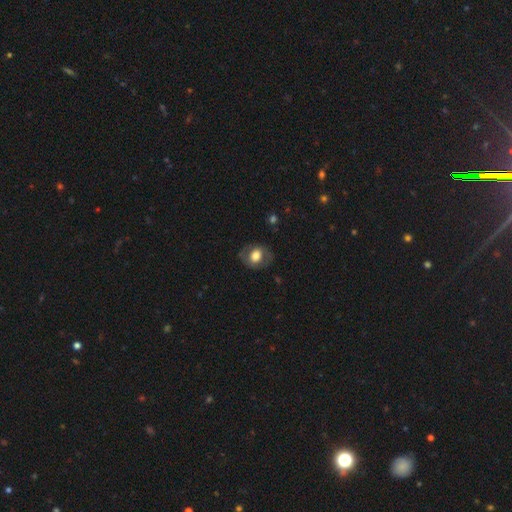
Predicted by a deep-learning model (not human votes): smooth-or-featured: smooth: 62% | featured or disk: 31% | star or artifact: 7%
  how-rounded: round: 51% | in between: 48% | cigar-shaped: 1%
  merging: none: 76% | minor disturbance: 15% | major disturbance: 8% | merger: 1%